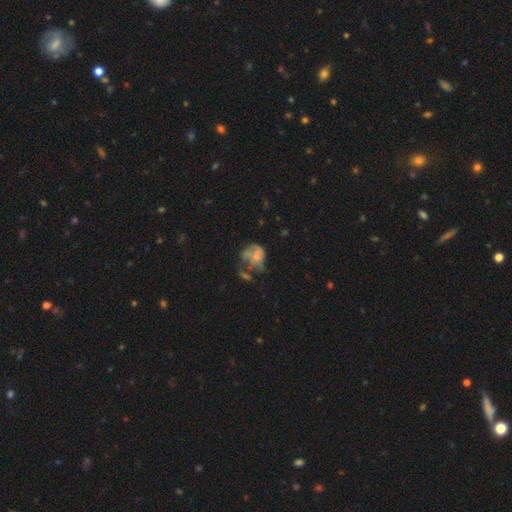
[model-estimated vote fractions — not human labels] A featured or disk galaxy (48%). Merging: major disturbance (37%).